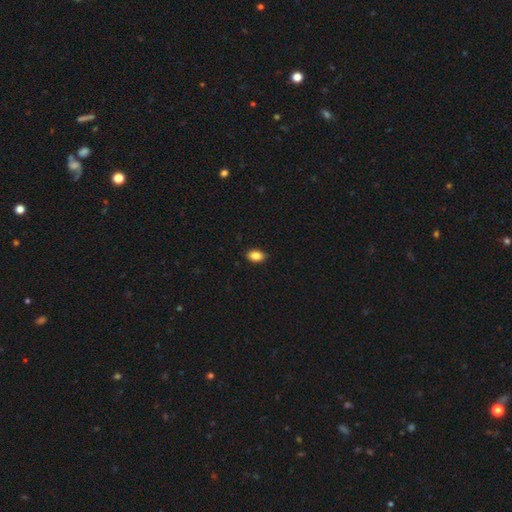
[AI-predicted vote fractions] Overall: smooth (87%). How rounded: in between (88%). Merging: none (89%).